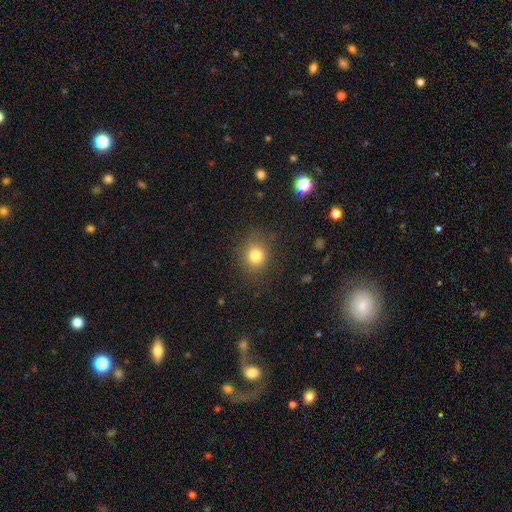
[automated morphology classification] This appears to be a smooth galaxy with no disk features (79%) that is round (76%). Merging: none (84%).